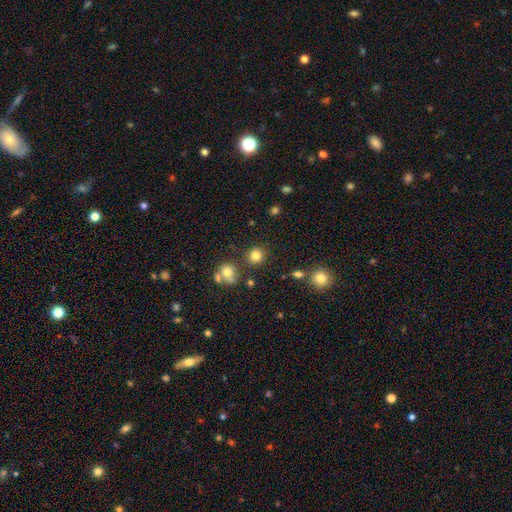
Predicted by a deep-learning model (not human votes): Smooth or featured?
  - smooth: 80% *
  - star or artifact: 13%
  - featured or disk: 7%
How rounded?
  - round: 91% *
  - in between: 8%
  - cigar-shaped: 1%
Merging?
  - none: 83% *
  - minor disturbance: 8%
  - merger: 6%
  - major disturbance: 3%